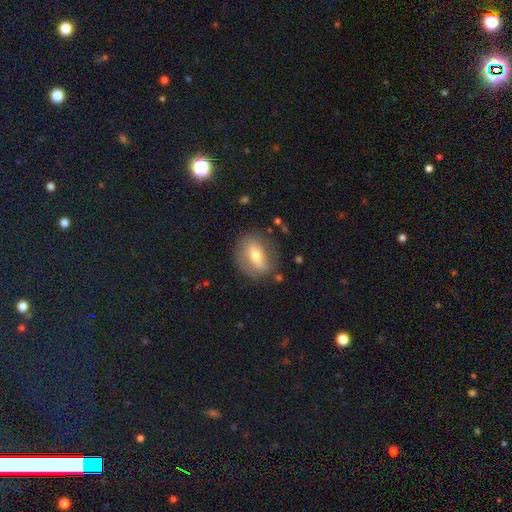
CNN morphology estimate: This is possibly a featured or disk galaxy (50%). It is clearly not viewed edge-on (88%). Merging: likely none (74%).